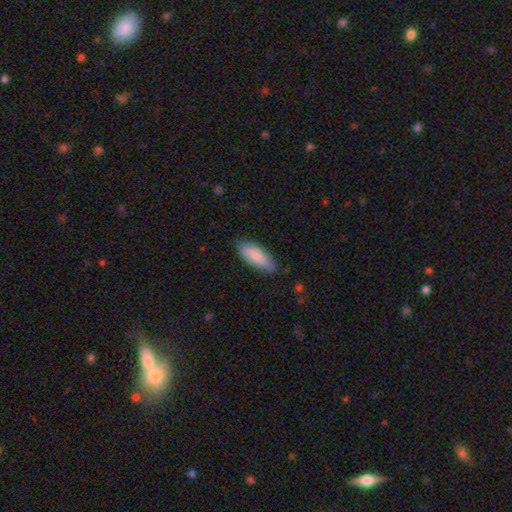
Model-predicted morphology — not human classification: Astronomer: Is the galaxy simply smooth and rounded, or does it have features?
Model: smooth — 83%.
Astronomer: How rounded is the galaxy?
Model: in between — 70%.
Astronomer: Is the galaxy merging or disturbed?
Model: none — 75%.